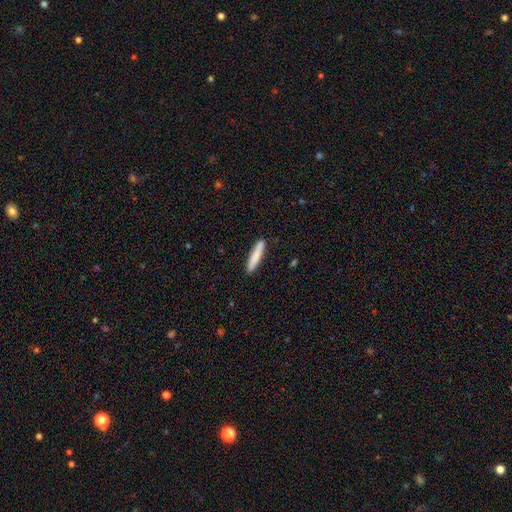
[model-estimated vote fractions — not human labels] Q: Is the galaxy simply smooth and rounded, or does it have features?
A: smooth — 83%.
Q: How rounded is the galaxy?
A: cigar-shaped — 91%.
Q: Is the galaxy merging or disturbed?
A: none — 91%.